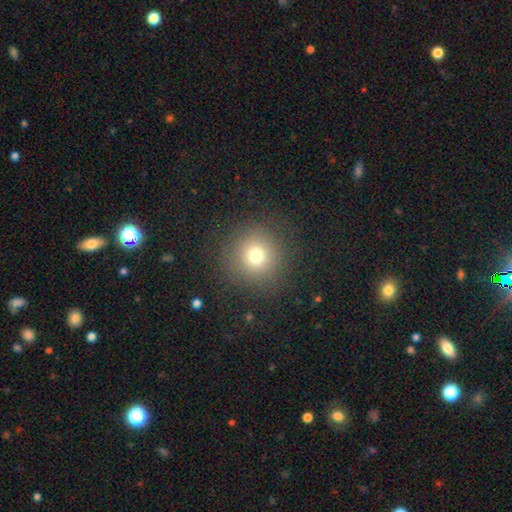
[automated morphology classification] Smooth or featured: smooth — 73% (star or artifact — 17%)
How rounded: round — 94% (in between — 5%)
Merging: none — 87% (minor disturbance — 7%)